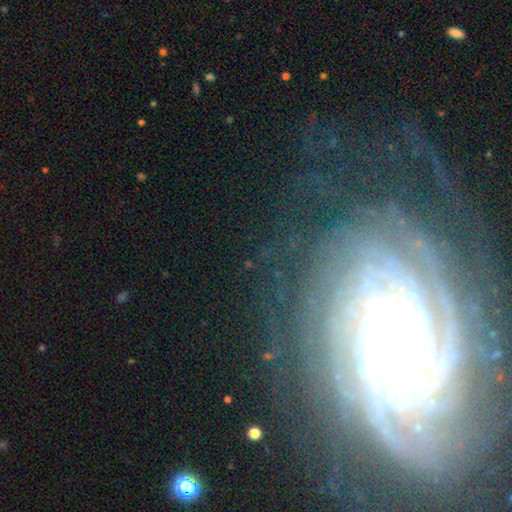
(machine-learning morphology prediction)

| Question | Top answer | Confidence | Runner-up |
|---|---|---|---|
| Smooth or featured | featured or disk | 78% | star or artifact (13%) |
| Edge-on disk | no | 95% | yes (5%) |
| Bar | no | 66% | weak (20%) |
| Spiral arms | yes | 94% | no (6%) |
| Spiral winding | tight | 78% | medium (16%) |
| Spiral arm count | can't tell | 33% | more than 4 (20%) |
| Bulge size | small | 70% | moderate (17%) |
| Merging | none | 72% | minor disturbance (14%) |